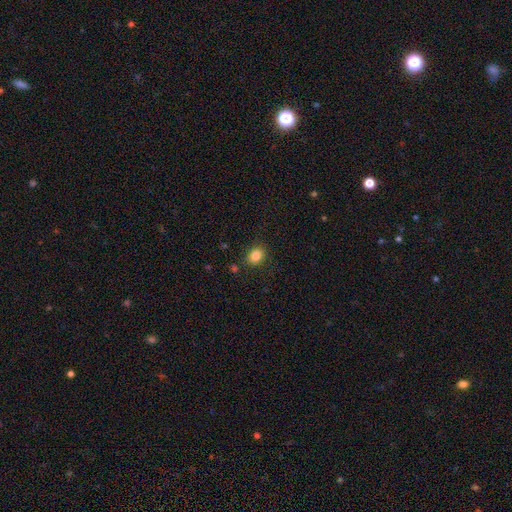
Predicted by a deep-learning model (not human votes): Q: Smooth or featured?
A: smooth (84%); runner-up: star or artifact (10%)
Q: How rounded?
A: in between (55%); runner-up: round (44%)
Q: Merging?
A: none (85%); runner-up: minor disturbance (10%)